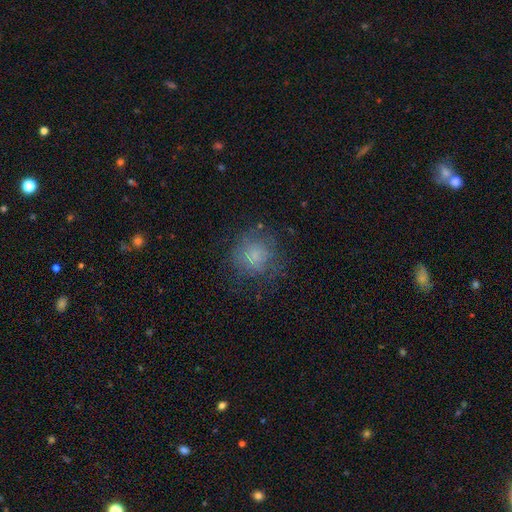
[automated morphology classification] Overall: smooth (66%). How rounded: round (86%). Merging: none (68%).